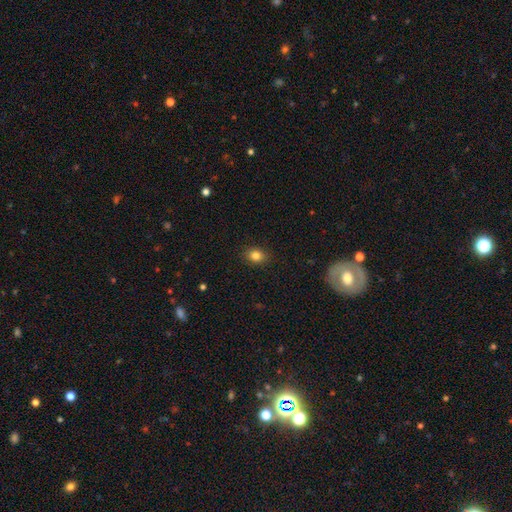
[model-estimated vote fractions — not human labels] Smooth or featured? Predicted: smooth (p=0.83). How rounded? Predicted: in between (p=0.50). Merging? Predicted: none (p=0.89).